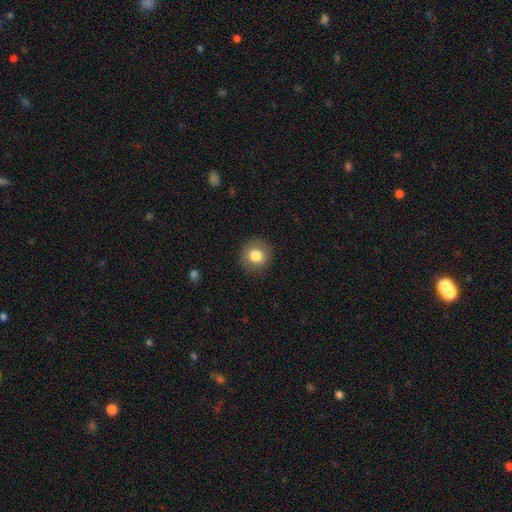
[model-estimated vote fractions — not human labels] The model was most divided on "smooth or featured": smooth: 82%, star or artifact: 9%, featured or disk: 9%. More confident: how rounded — round (90%); merging — none (88%).